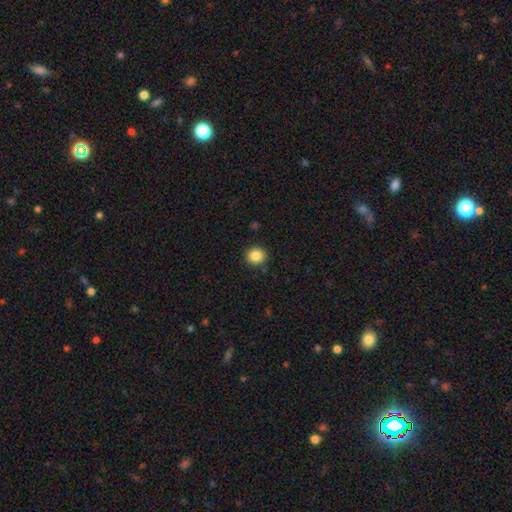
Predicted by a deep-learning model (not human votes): Smooth or featured? Predicted: smooth (p=0.85). How rounded? Predicted: round (p=0.89). Merging? Predicted: none (p=0.89).